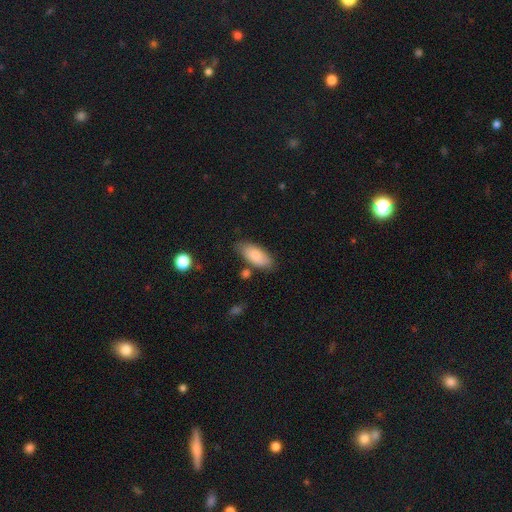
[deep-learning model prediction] This appears to be a smooth galaxy with no disk features (81%) that is in between round and cigar-shaped (89%). Merging: none (76%).